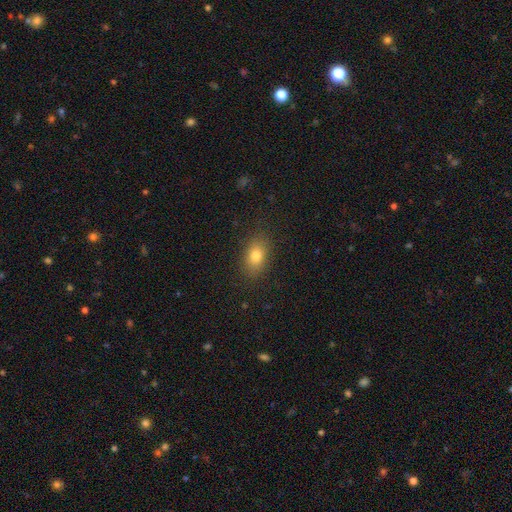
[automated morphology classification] A smooth galaxy with no disk features (80%) that is in between round and cigar-shaped (84%). Merging: none (85%).